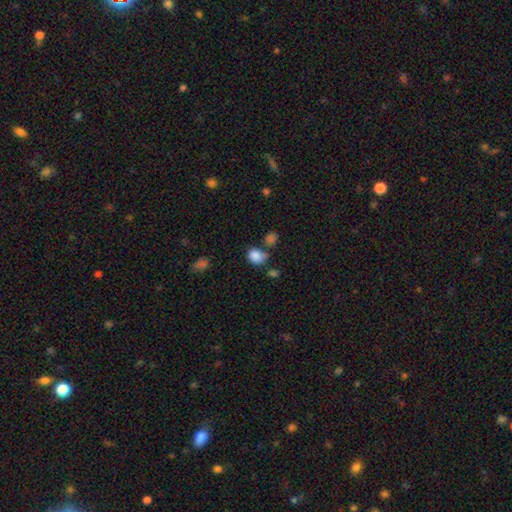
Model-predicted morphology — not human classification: A smooth galaxy with no disk features (83%) that is in between round and cigar-shaped (53%). Merging: none (49%).